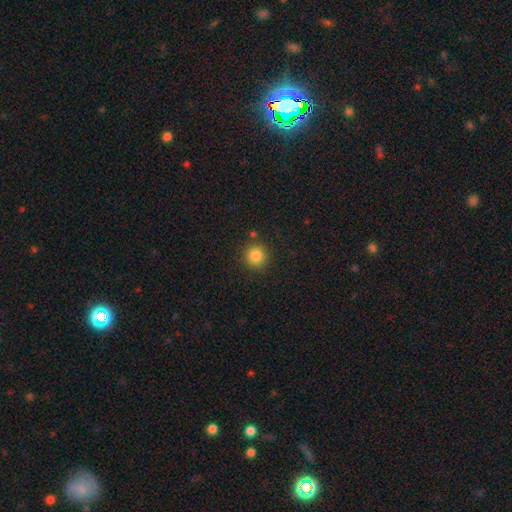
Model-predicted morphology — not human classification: A smooth galaxy with no disk features (84%) that is round (93%).

Vote fractions:
- Smooth or featured? smooth: 84% / star or artifact: 11% / featured or disk: 5%
- How rounded? round: 93% / in between: 6% / cigar-shaped: 1%
- Merging? none: 87% / minor disturbance: 8% / merger: 3% / major disturbance: 2%